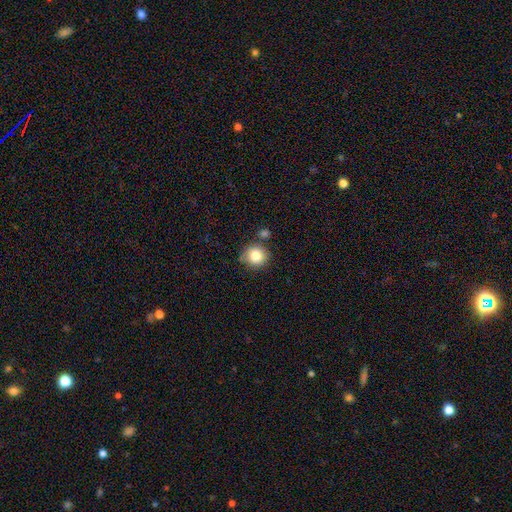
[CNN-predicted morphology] The model was most divided on "merging": none: 74%, minor disturbance: 13%, merger: 10%, major disturbance: 3%. More confident: how rounded — round (91%); smooth or featured — smooth (82%).